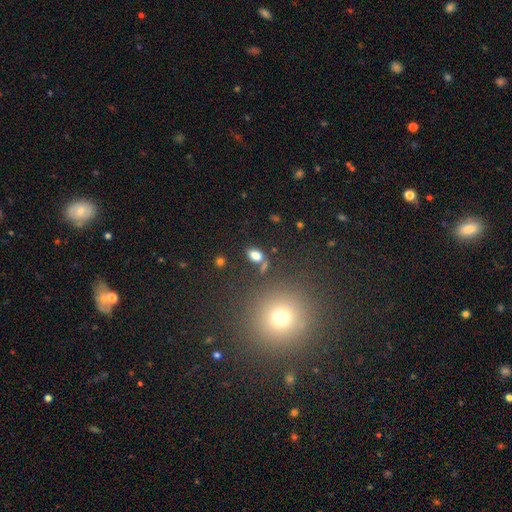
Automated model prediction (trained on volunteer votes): The model was most divided on "merging": none: 74%, minor disturbance: 12%, merger: 9%, major disturbance: 4%. More confident: how rounded — in between (85%); smooth or featured — smooth (80%).